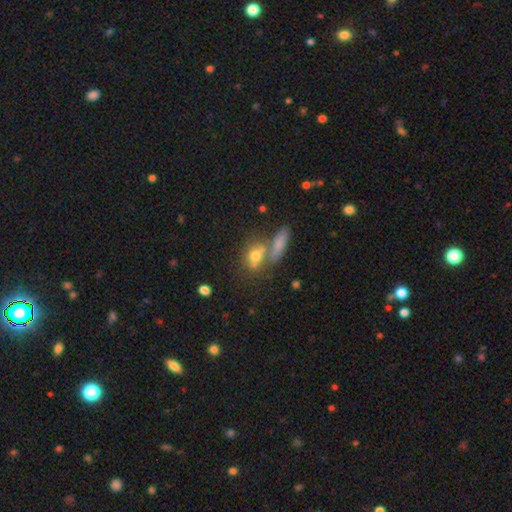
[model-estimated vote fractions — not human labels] This is likely a smooth galaxy (68%). How rounded: possibly in between (51%). Merging: marginally none (43%).